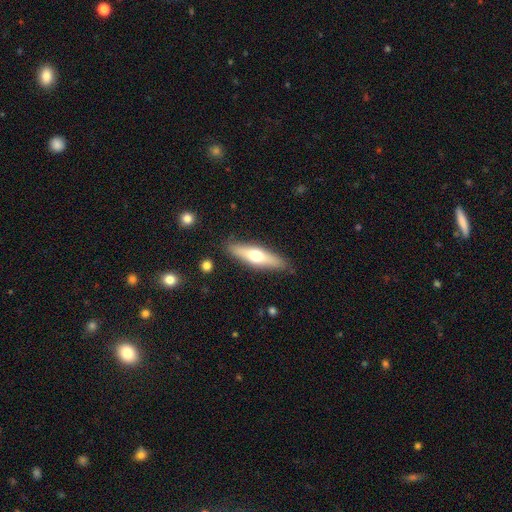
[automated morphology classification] smooth-or-featured: smooth: 50% | featured or disk: 45% | star or artifact: 6%
  merging: none: 86% | minor disturbance: 10% | major disturbance: 2% | merger: 2%